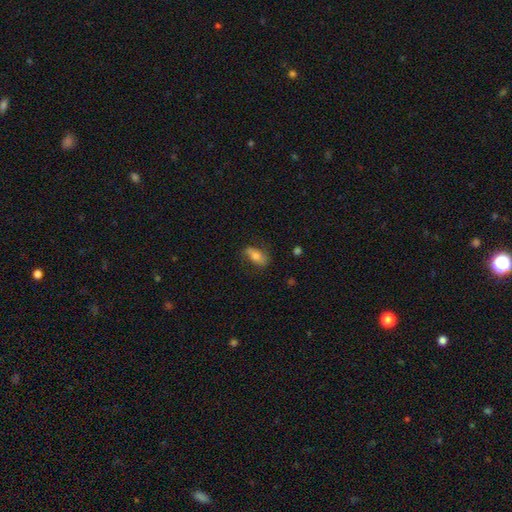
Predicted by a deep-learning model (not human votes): Overall: smooth (64%; featured or disk 27%). How rounded: in between (85%). Merging: none (66%).